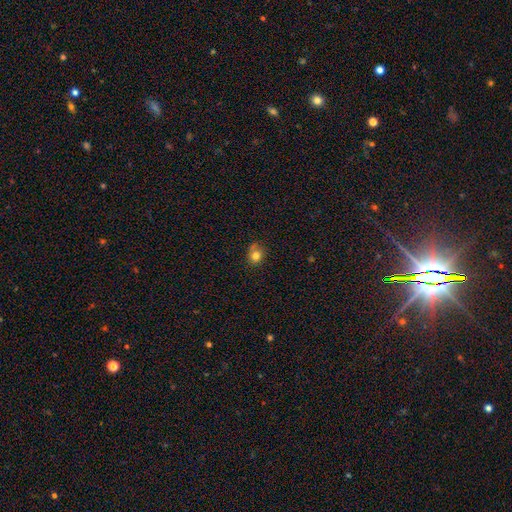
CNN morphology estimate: Smooth or featured: smooth — 80% (star or artifact — 12%)
How rounded: round — 68% (in between — 31%)
Merging: none — 61% (minor disturbance — 23%)